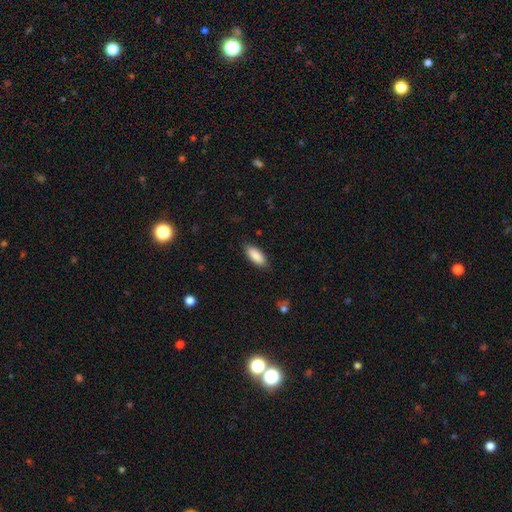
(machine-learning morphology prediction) Overall: smooth (88%). How rounded: in between (80%). Merging: none (87%).